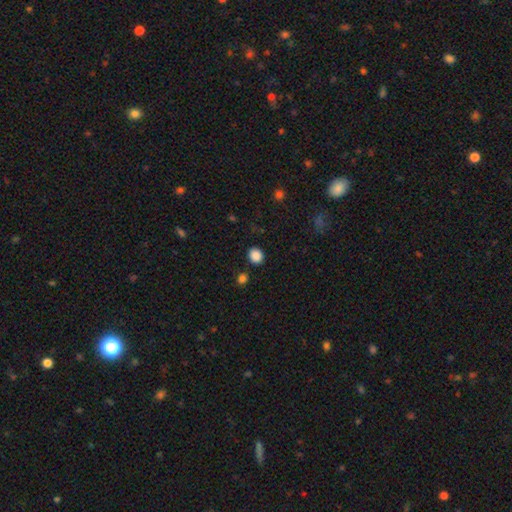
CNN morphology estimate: smooth_or_featured: smooth (p=0.87) [alt: star or artifact p=0.10]
how_rounded: round (p=0.73) [alt: in between p=0.26]
merging: none (p=0.87) [alt: minor disturbance p=0.07]